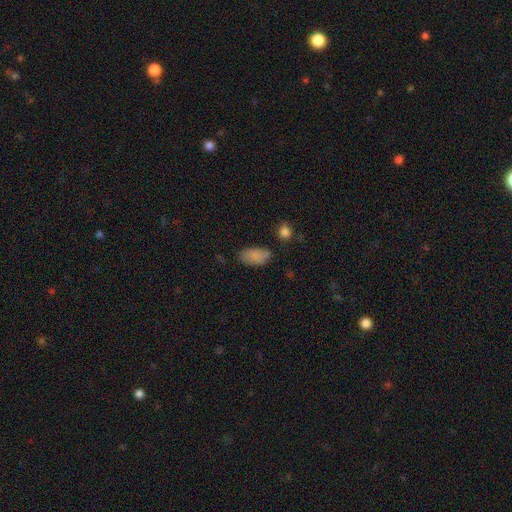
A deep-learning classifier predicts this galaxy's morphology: The model was most divided on "merging": none: 67%, minor disturbance: 21%, major disturbance: 6%, merger: 5%. More confident: how rounded — in between (92%); smooth or featured — smooth (83%).